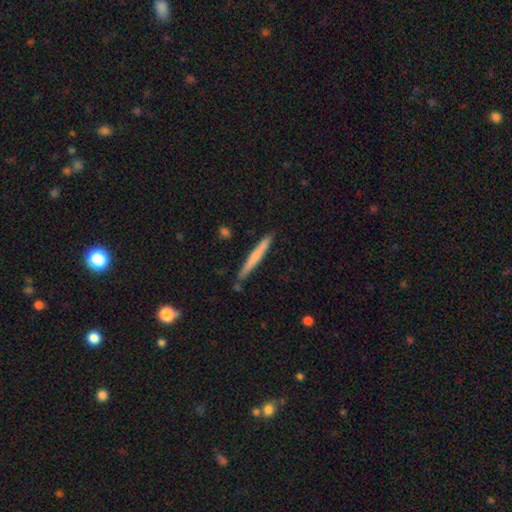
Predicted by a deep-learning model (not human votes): A smooth galaxy with no disk features (62%) that is cigar-shaped (97%). Merging: none (86%).